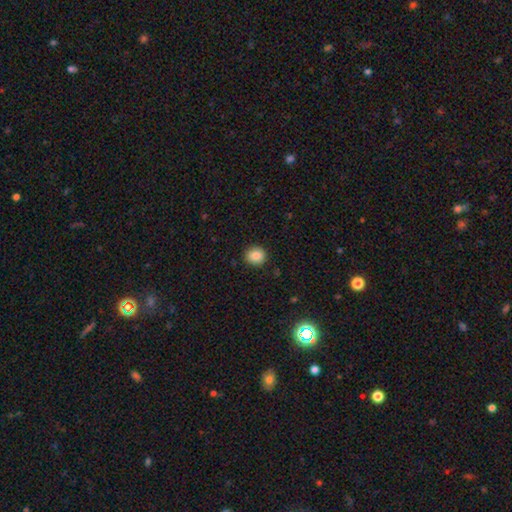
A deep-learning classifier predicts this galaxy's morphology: Q: Smooth or featured?
A: smooth (85%); runner-up: star or artifact (10%)
Q: How rounded?
A: round (89%); runner-up: in between (10%)
Q: Merging?
A: none (91%); runner-up: minor disturbance (6%)